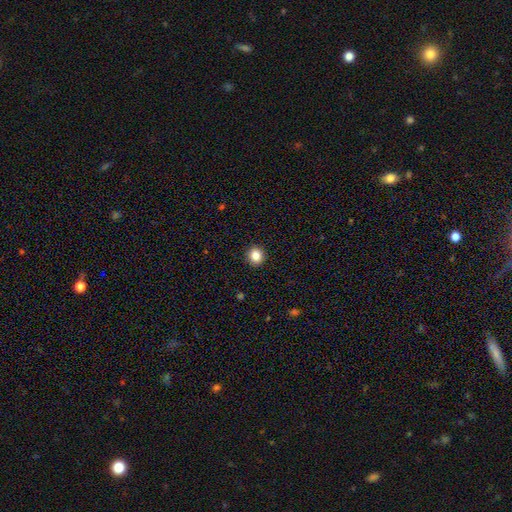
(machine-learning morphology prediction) smooth_or_featured: smooth (p=0.85) [alt: star or artifact p=0.10]
how_rounded: round (p=0.81) [alt: in between p=0.18]
merging: none (p=0.92) [alt: minor disturbance p=0.05]